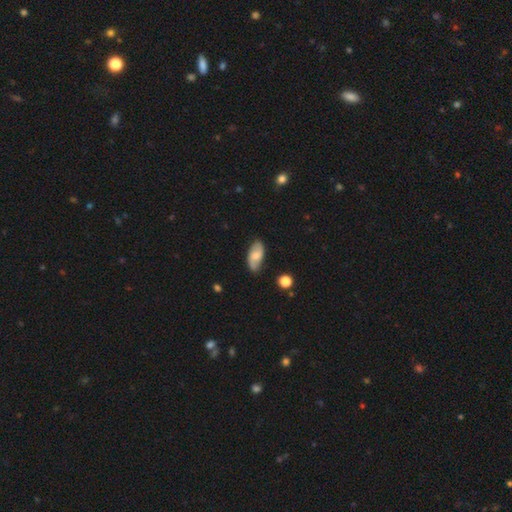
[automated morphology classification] Smooth or featured: smooth — 55% (featured or disk — 38%)
How rounded: in between — 91% (cigar-shaped — 6%)
Merging: none — 71% (minor disturbance — 22%)